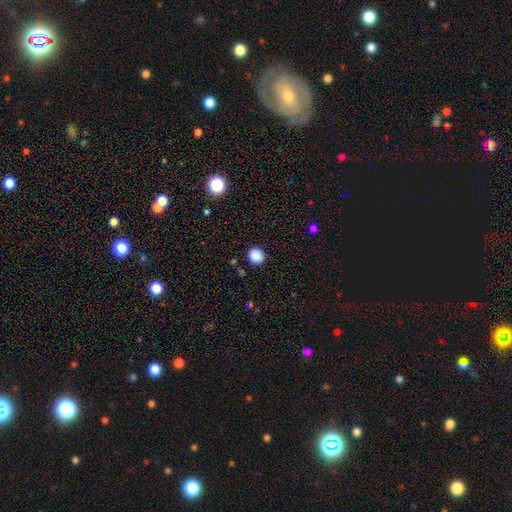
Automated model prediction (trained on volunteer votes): Smooth or featured? Predicted: smooth (p=0.87). How rounded? Predicted: round (p=0.90). Merging? Predicted: none (p=0.91).